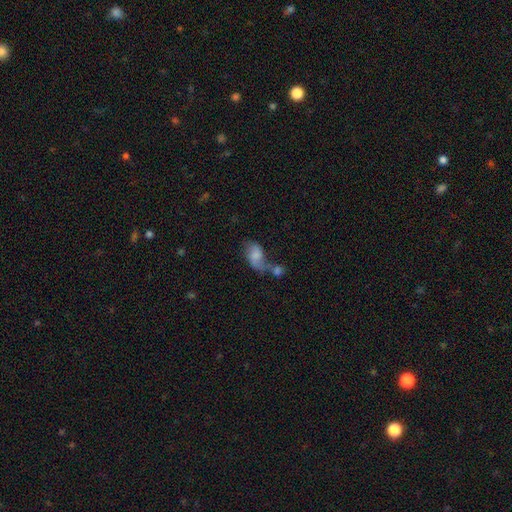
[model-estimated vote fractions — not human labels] Smooth or featured? Predicted: smooth (p=0.63). How rounded? Predicted: in between (p=0.88). Merging? Predicted: merger (p=0.45).